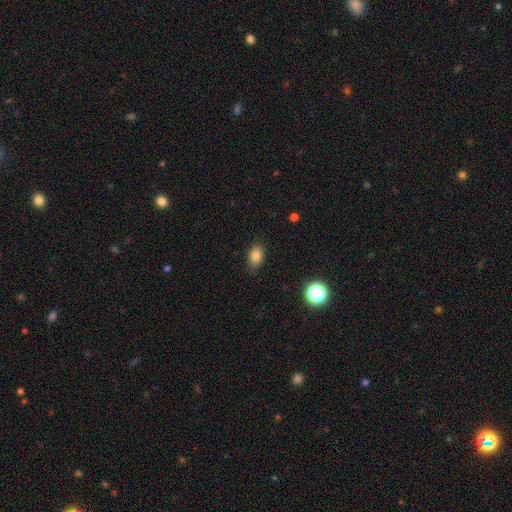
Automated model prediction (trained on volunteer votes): smooth 82%, star or artifact 11%, featured or disk 7%. Down the decision tree: how rounded — in between (80%); merging — none (85%).